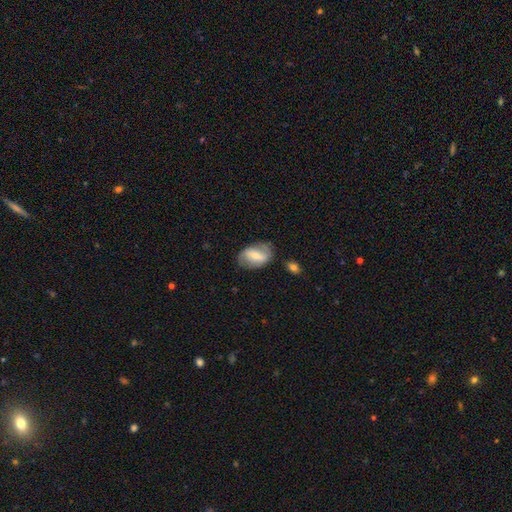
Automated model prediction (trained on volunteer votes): Smooth or featured? Predicted: featured or disk (p=0.56). Edge-on disk? Predicted: no (p=0.95). Bar? Predicted: strong (p=0.43). Spiral arms? Predicted: yes (p=0.70). Bulge size? Predicted: small (p=0.48). Merging? Predicted: none (p=0.73).